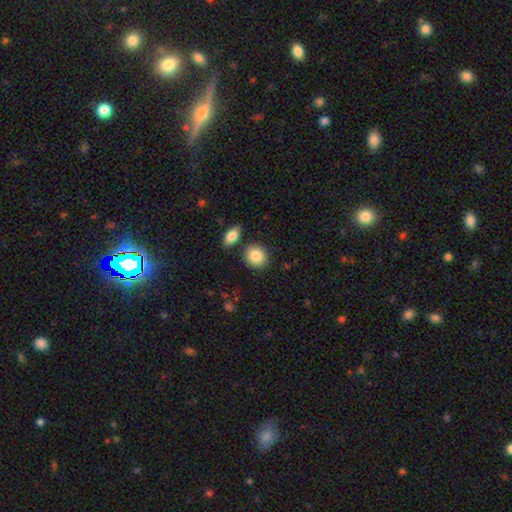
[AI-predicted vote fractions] Q: Smooth or featured?
A: smooth (86%); runner-up: featured or disk (7%)
Q: How rounded?
A: round (81%); runner-up: in between (18%)
Q: Merging?
A: none (83%); runner-up: minor disturbance (8%)